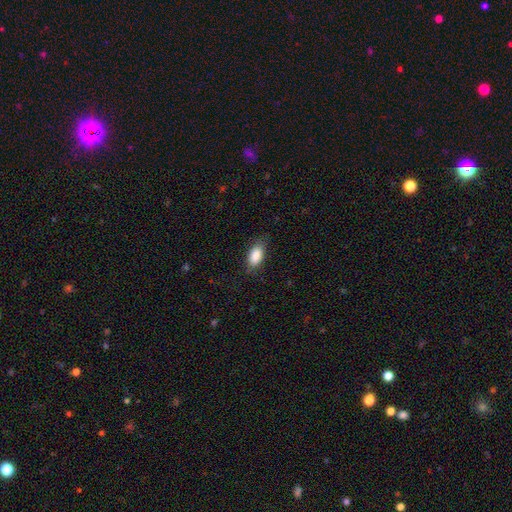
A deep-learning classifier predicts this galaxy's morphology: Overall: smooth (87%). How rounded: in between (90%). Merging: none (78%).